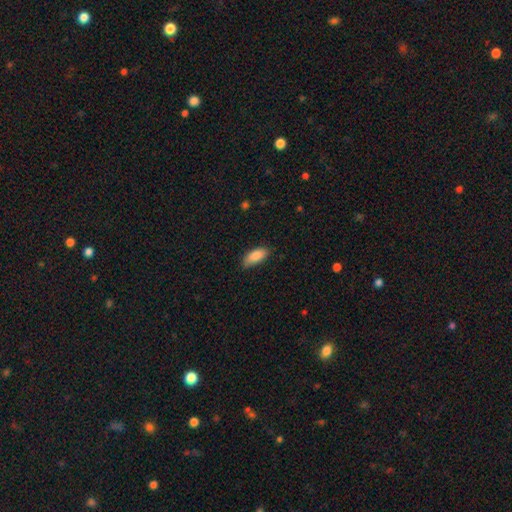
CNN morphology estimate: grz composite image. It shows a smooth galaxy with no disk features (86%) that is in between round and cigar-shaped (84%). Merging: none (80%).